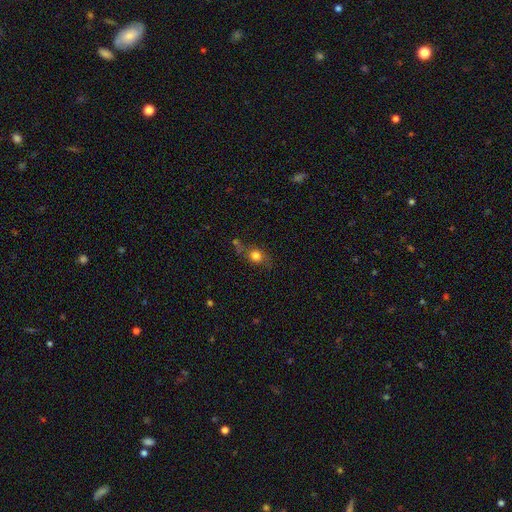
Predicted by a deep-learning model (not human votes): This appears to be a smooth galaxy with no disk features (69%) that is round (57%). Merging: none (56%).